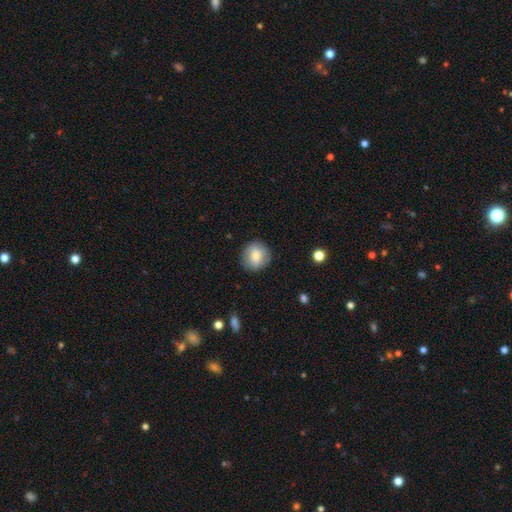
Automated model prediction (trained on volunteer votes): This is likely a smooth galaxy (77%). How rounded: clearly round (89%). Merging: clearly none (86%).